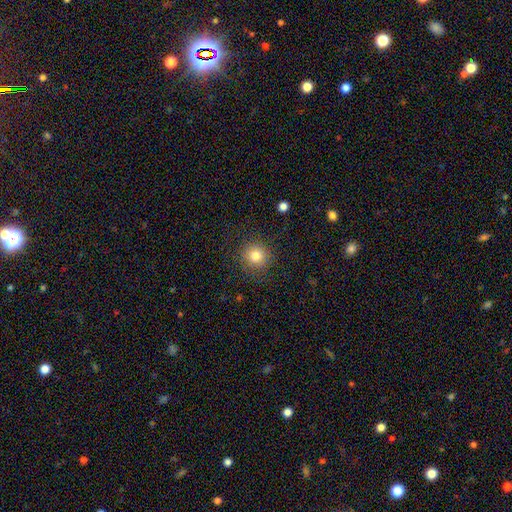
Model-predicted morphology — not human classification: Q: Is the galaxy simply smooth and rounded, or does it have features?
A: smooth — 81%.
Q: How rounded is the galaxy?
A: round — 91%.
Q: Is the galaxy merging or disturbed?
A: none — 86%.